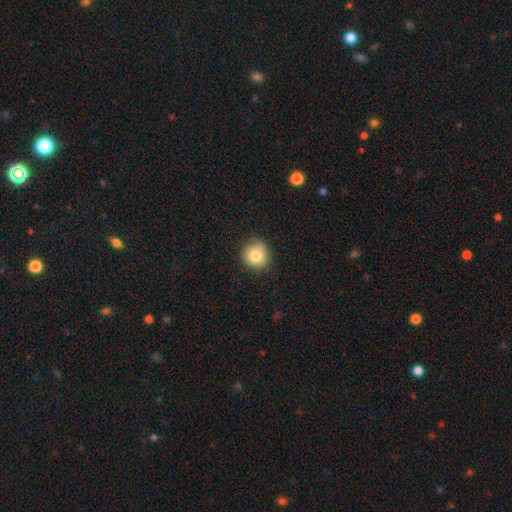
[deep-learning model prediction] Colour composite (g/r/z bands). It shows a smooth galaxy with no disk features (80%) that is round (89%). Merging: none (82%).